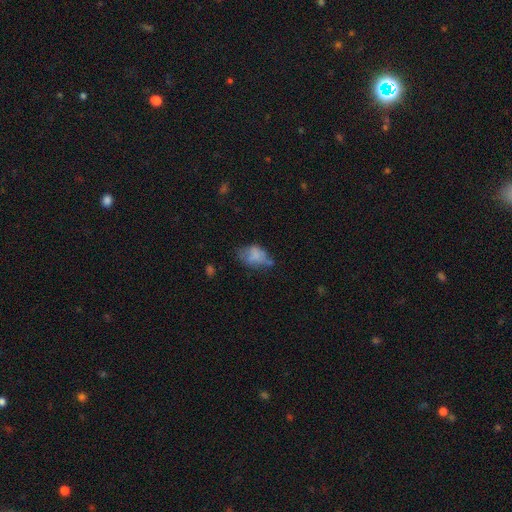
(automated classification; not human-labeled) Smooth or featured: smooth — 64% (featured or disk — 24%)
How rounded: in between — 84% (round — 15%)
Merging: minor disturbance — 34% (none — 33%)